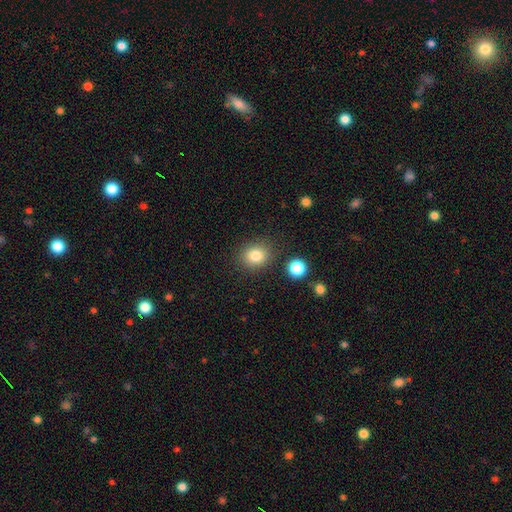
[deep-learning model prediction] This is clearly a smooth galaxy (82%). How rounded: likely round (69%). Merging: clearly none (84%).